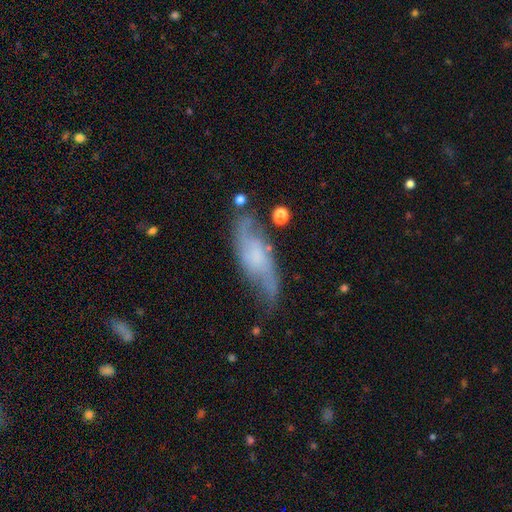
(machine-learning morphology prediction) Q: Smooth or featured?
A: featured or disk (66%); runner-up: smooth (26%)
Q: Edge-on disk?
A: no (82%); runner-up: yes (18%)
Q: Bar?
A: no (62%); runner-up: weak (31%)
Q: Spiral arms?
A: yes (87%); runner-up: no (13%)
Q: Bulge size?
A: none (41%); runner-up: small (33%)
Q: Merging?
A: none (60%); runner-up: minor disturbance (25%)